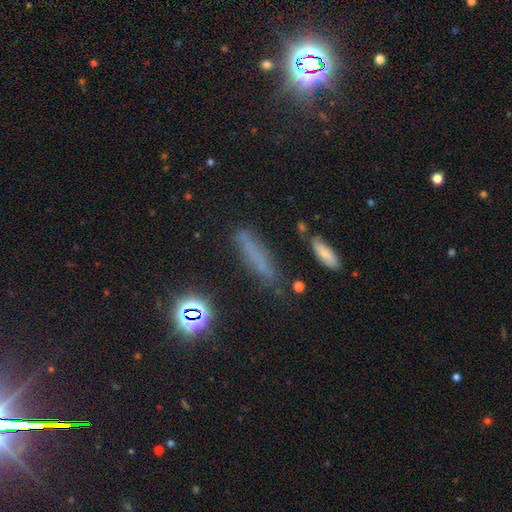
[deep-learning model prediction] Smooth or featured? Predicted: smooth (p=0.50). How rounded? Predicted: cigar-shaped (p=0.82). Merging? Predicted: none (p=0.73).